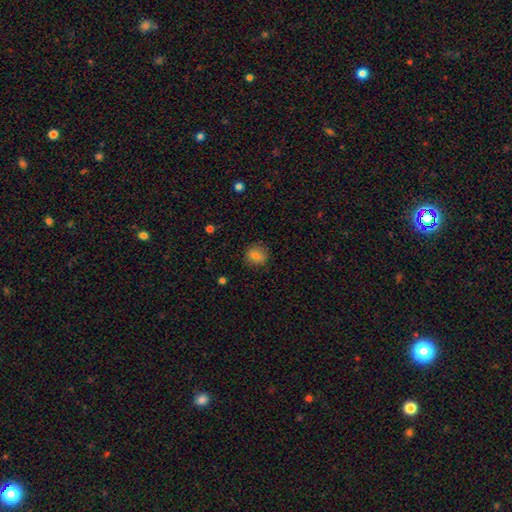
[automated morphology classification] A smooth galaxy with no disk features (80%) that is round (78%).

Vote fractions:
- Smooth or featured? smooth: 80% / star or artifact: 11% / featured or disk: 9%
- How rounded? round: 78% / in between: 21% / cigar-shaped: 1%
- Merging? none: 86% / minor disturbance: 10% / major disturbance: 3% / merger: 1%